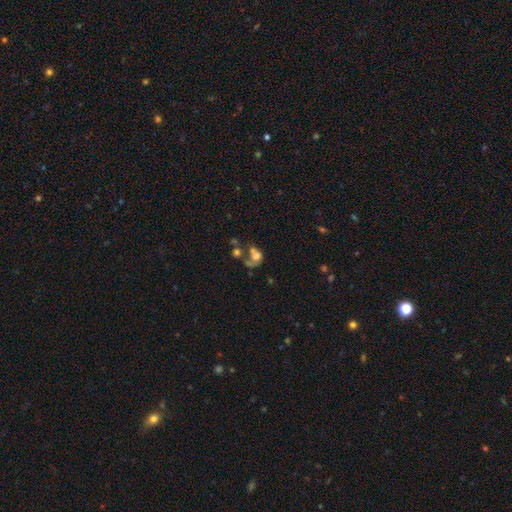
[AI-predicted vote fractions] The model was most divided on "smooth or featured": smooth: 45%, featured or disk: 41%, star or artifact: 14%. More confident: merging — merger (51%).